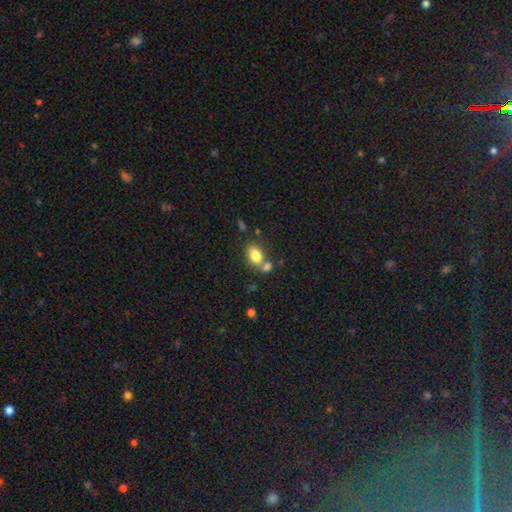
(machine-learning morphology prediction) Smooth or featured? smooth (82%)
How rounded? in between (82%)
Merging? none (54%)